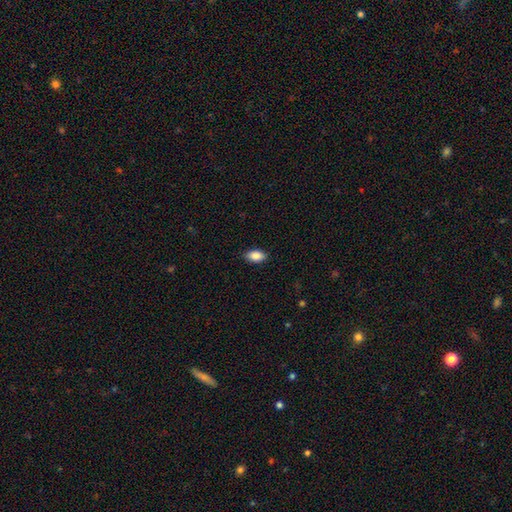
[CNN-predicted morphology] This appears to be a smooth galaxy with no disk features (88%) that is in between round and cigar-shaped (92%). Merging: none (88%).